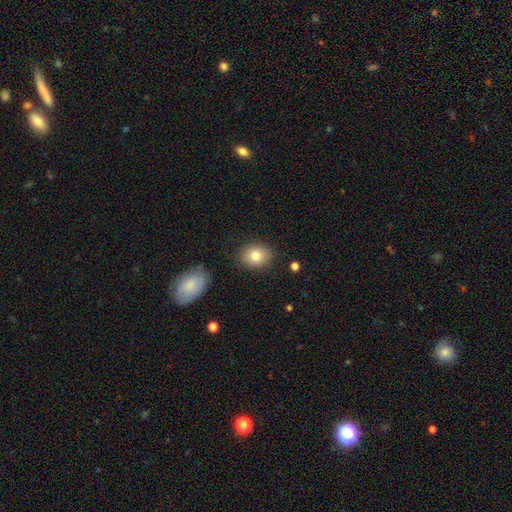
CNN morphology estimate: smooth-or-featured: smooth: 80% | featured or disk: 10% | star or artifact: 9%
  how-rounded: round: 53% | in between: 46% | cigar-shaped: 1%
  merging: none: 86% | minor disturbance: 10% | major disturbance: 3% | merger: 2%